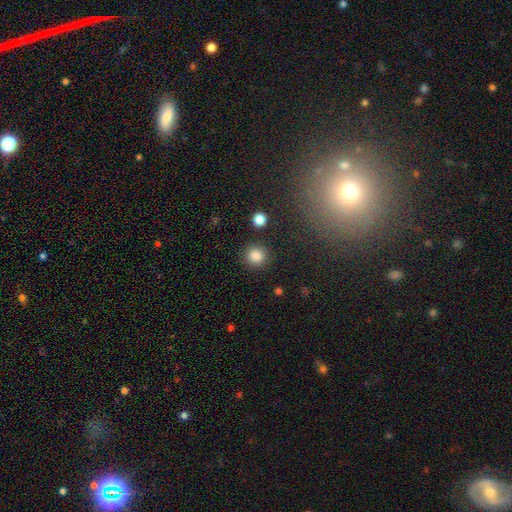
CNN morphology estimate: A smooth galaxy with no disk features (85%) that is round (91%).

Vote fractions:
- Smooth or featured? smooth: 85% / star or artifact: 11% / featured or disk: 4%
- How rounded? round: 91% / in between: 8% / cigar-shaped: 1%
- Merging? none: 88% / minor disturbance: 6% / merger: 3% / major disturbance: 3%